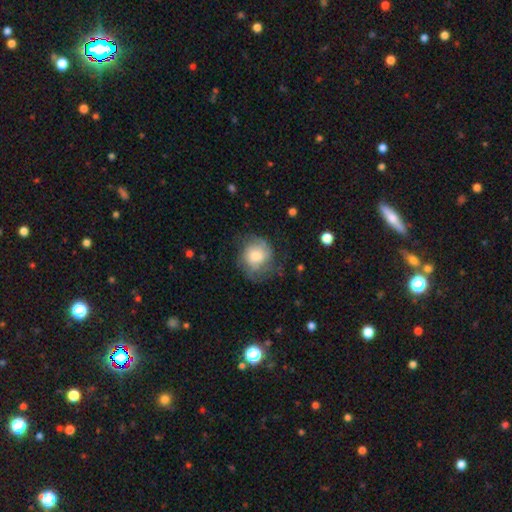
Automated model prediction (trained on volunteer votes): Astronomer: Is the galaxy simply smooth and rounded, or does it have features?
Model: featured or disk — 48% (runner-up: smooth, 44%).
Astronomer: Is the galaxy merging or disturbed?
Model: none — 57%.